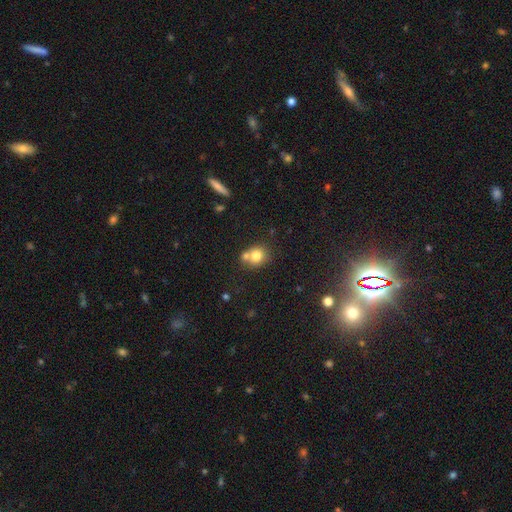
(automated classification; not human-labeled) smooth-or-featured: smooth: 77% | featured or disk: 12% | star or artifact: 11%
  how-rounded: round: 74% | in between: 25% | cigar-shaped: 1%
  merging: none: 46% | merger: 41% | minor disturbance: 10% | major disturbance: 3%